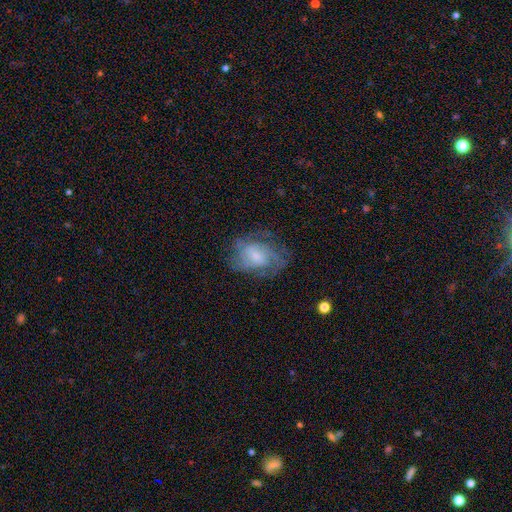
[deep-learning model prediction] Smooth or featured?
  - featured or disk: 68% *
  - smooth: 24%
  - star or artifact: 8%
Edge-on disk?
  - no: 97% *
  - yes: 3%
Bar?
  - no: 57% *
  - weak: 37%
  - strong: 6%
Spiral arms?
  - yes: 84% *
  - no: 16%
Spiral winding?
  - medium: 42% *
  - tight: 41%
  - loose: 17%
Spiral arm count?
  - can't tell: 43% *
  - 2: 20%
  - 3: 18%
  - 4: 9%
  - 1: 5%
  - more than 4: 4%
Bulge size?
  - small: 52% *
  - moderate: 34%
  - none: 8%
  - large: 5%
  - dominant: 1%
Merging?
  - none: 60% *
  - minor disturbance: 22%
  - major disturbance: 16%
  - merger: 1%